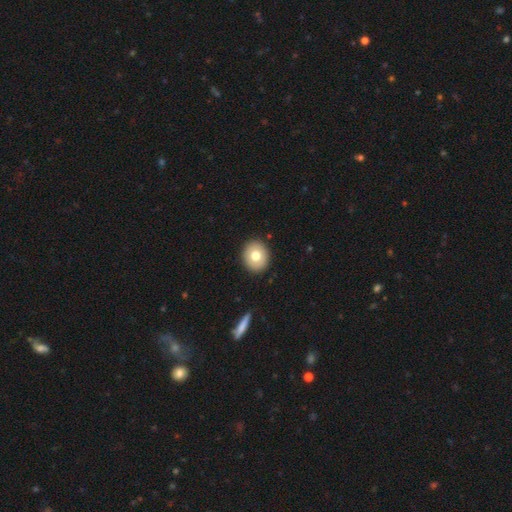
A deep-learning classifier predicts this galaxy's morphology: A smooth galaxy with no disk features (74%) that is round (71%).

Vote fractions:
- Smooth or featured? smooth: 74% / featured or disk: 18% / star or artifact: 8%
- How rounded? round: 71% / in between: 28% / cigar-shaped: 1%
- Merging? none: 91% / minor disturbance: 6% / major disturbance: 2% / merger: 1%